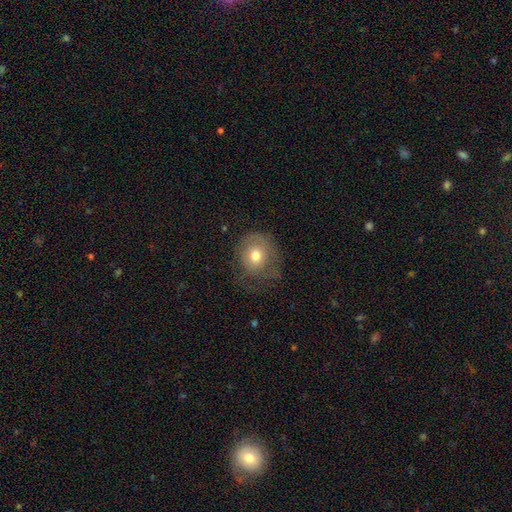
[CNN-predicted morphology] Smooth or featured?
  - smooth: 71% *
  - featured or disk: 20%
  - star or artifact: 10%
How rounded?
  - round: 75% *
  - in between: 24%
  - cigar-shaped: 1%
Merging?
  - none: 53% *
  - minor disturbance: 26%
  - major disturbance: 20%
  - merger: 2%